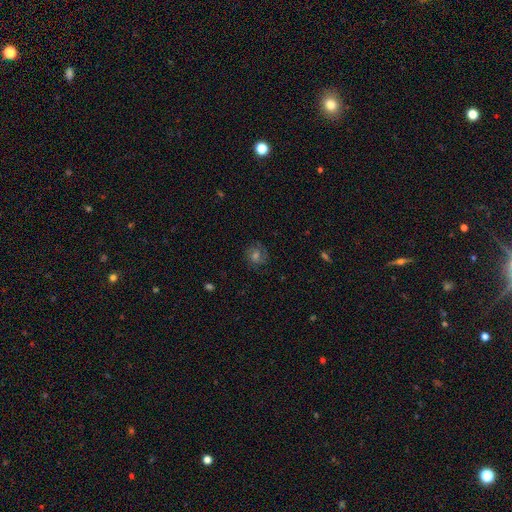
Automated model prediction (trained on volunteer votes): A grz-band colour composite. It shows a featured or disk galaxy (43%). Merging: none (82%).